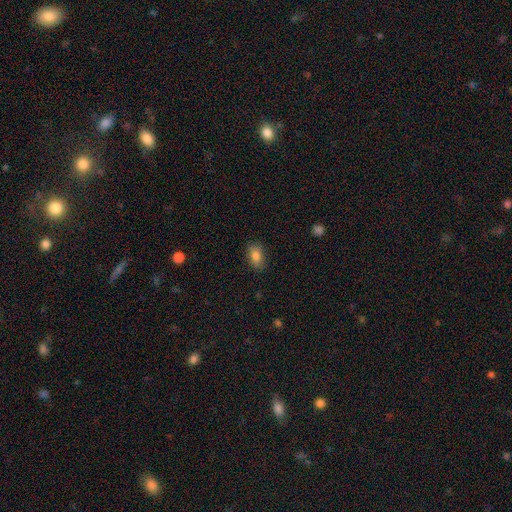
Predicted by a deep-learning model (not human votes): Morphology: type=smooth (84%); roundness=in between (86%); merging=none (85%).